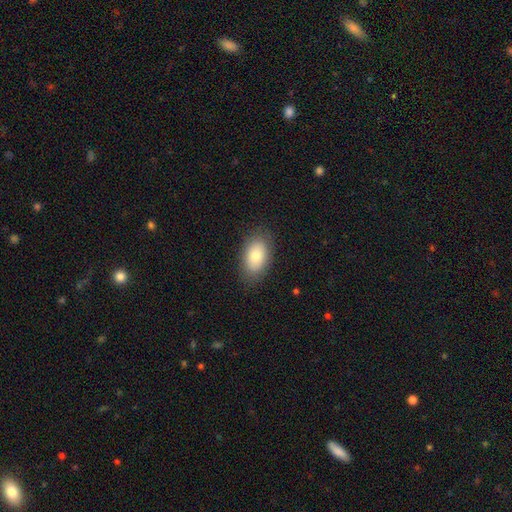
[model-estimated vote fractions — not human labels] A smooth galaxy with no disk features (77%) that is in between round and cigar-shaped (91%).

Vote fractions:
- Smooth or featured? smooth: 77% / featured or disk: 16% / star or artifact: 8%
- How rounded? in between: 91% / round: 8% / cigar-shaped: 2%
- Merging? none: 85% / minor disturbance: 11% / major disturbance: 3% / merger: 1%